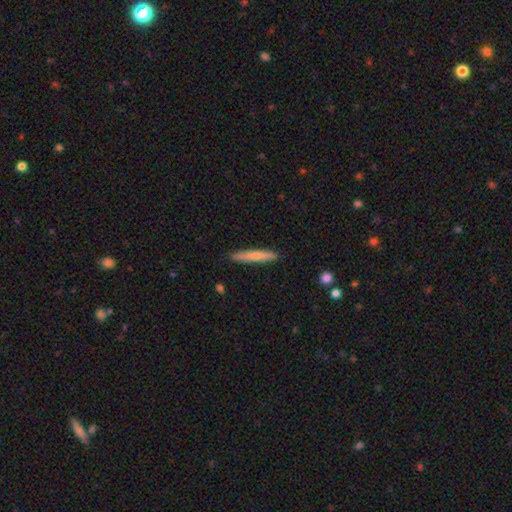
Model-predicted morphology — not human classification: Smooth or featured: smooth — 70% (featured or disk — 24%)
How rounded: cigar-shaped — 94% (in between — 4%)
Merging: none — 89% (minor disturbance — 8%)